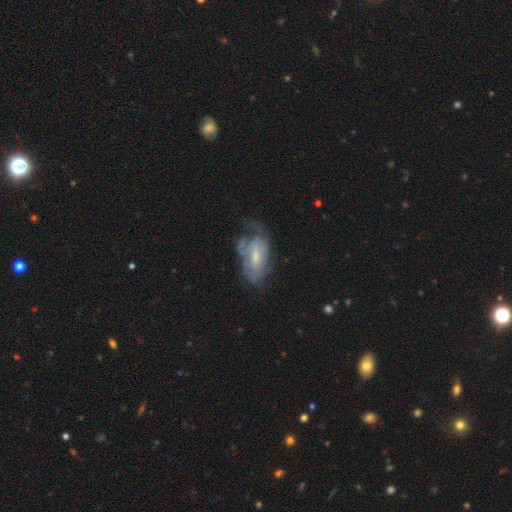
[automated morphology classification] Overall: featured or disk (62%; smooth 30%). Edge-on disk: no (93%). Bar: weak (46%; no 40%). Spiral arms: yes (64%; no 36%). Bulge size: small (44%; moderate 38%). Merging: none (36%; major disturbance 33%).